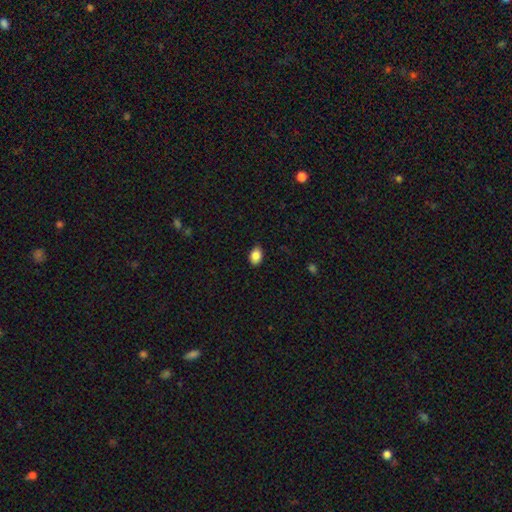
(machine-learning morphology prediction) Q: Smooth or featured?
A: smooth (86%); runner-up: star or artifact (8%)
Q: How rounded?
A: in between (82%); runner-up: round (17%)
Q: Merging?
A: none (86%); runner-up: minor disturbance (11%)